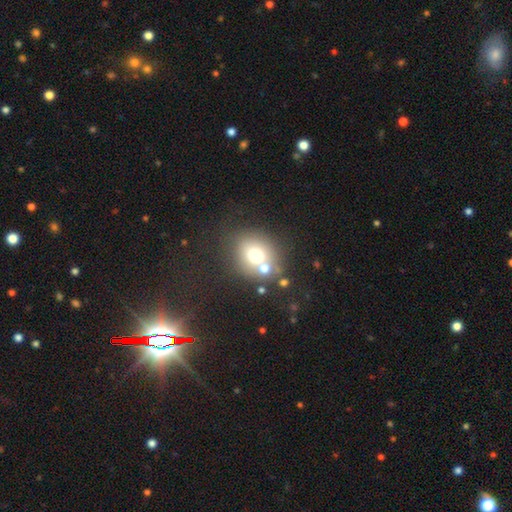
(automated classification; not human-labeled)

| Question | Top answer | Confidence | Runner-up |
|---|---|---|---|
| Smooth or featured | smooth | 68% | featured or disk (17%) |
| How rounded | round | 72% | in between (27%) |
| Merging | none | 56% | merger (26%) |